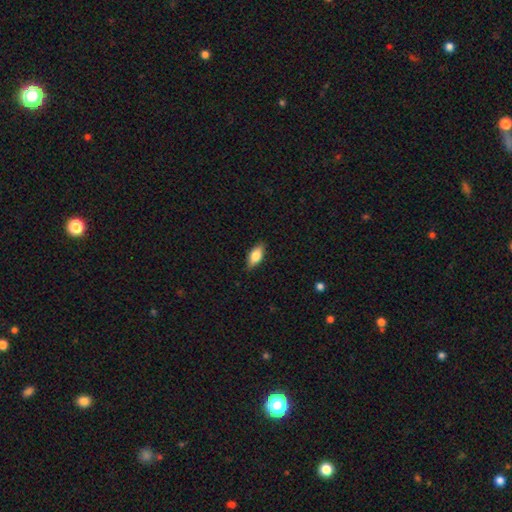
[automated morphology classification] smooth_or_featured: smooth (p=0.74) [alt: featured or disk p=0.20]
how_rounded: in between (p=0.84) [alt: cigar-shaped p=0.12]
merging: none (p=0.86) [alt: minor disturbance p=0.11]